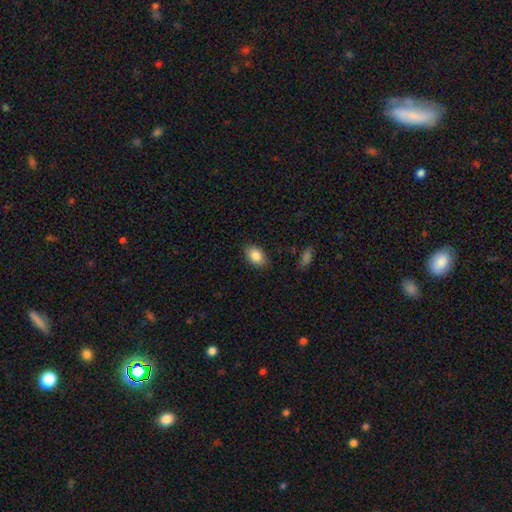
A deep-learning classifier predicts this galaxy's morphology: This is clearly a smooth galaxy (86%). How rounded: clearly in between (86%). Merging: clearly none (86%).